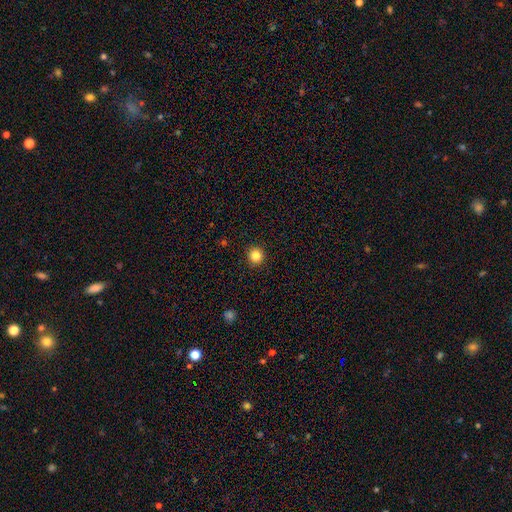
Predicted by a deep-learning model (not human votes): Smooth or featured: smooth — 84% (star or artifact — 11%)
How rounded: round — 94% (in between — 5%)
Merging: none — 92% (minor disturbance — 5%)